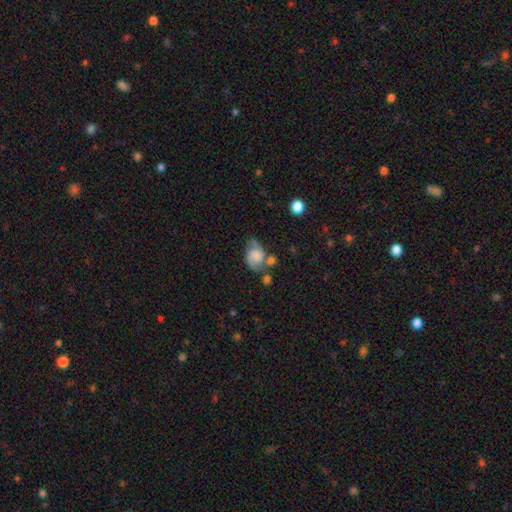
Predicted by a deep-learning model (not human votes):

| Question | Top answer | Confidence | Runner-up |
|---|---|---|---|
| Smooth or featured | featured or disk | 59% | smooth (32%) |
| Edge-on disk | no | 97% | yes (3%) |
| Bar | no | 61% | weak (32%) |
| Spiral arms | yes | 89% | no (11%) |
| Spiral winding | medium | 47% | loose (32%) |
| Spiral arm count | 2 | 86% | can't tell (6%) |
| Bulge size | none | 38% | small (22%) |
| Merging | none | 46% | minor disturbance (26%) |